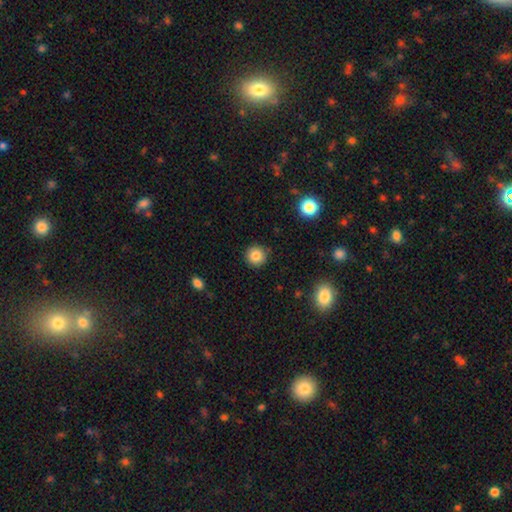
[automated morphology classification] type=smooth (83%); roundness=round (94%); merging=none (90%).